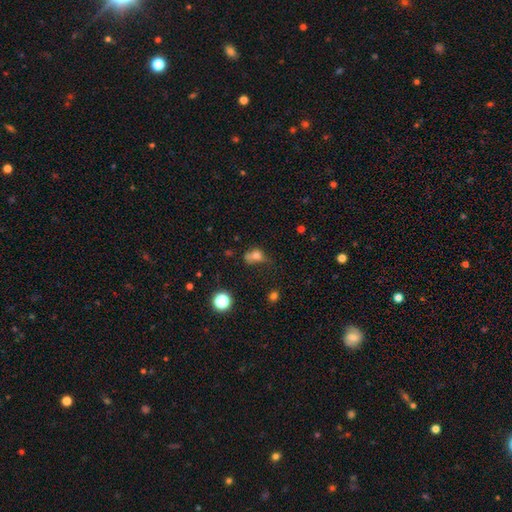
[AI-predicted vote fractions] smooth_or_featured: smooth (p=0.68) [alt: star or artifact p=0.16]
how_rounded: in between (p=0.53) [alt: round p=0.45]
merging: minor disturbance (p=0.32) [alt: none p=0.31]